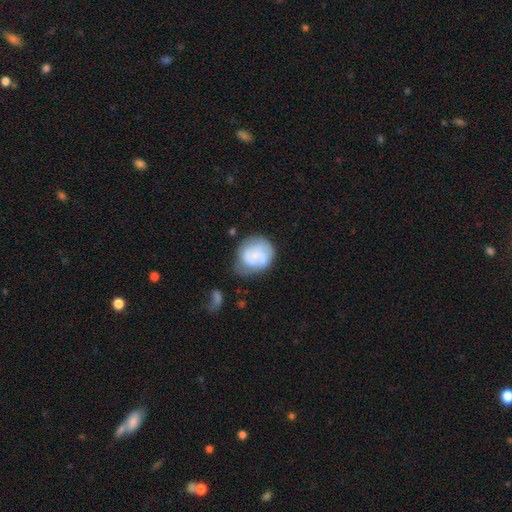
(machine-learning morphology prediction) This is possibly a smooth galaxy (47%). Merging: possibly none (48%).